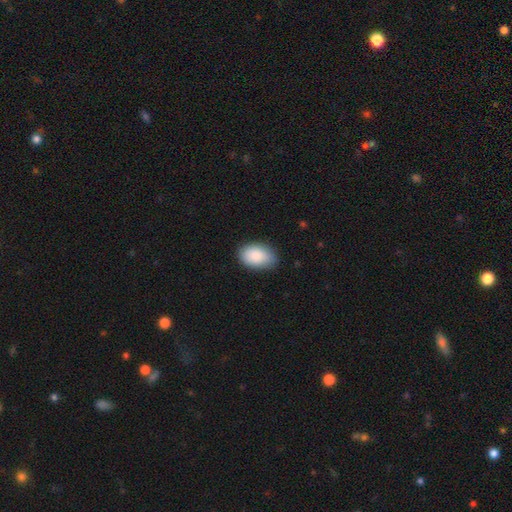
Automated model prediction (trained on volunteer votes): This appears to be a smooth galaxy with no disk features (87%) that is in between round and cigar-shaped (88%). Merging: none (81%).